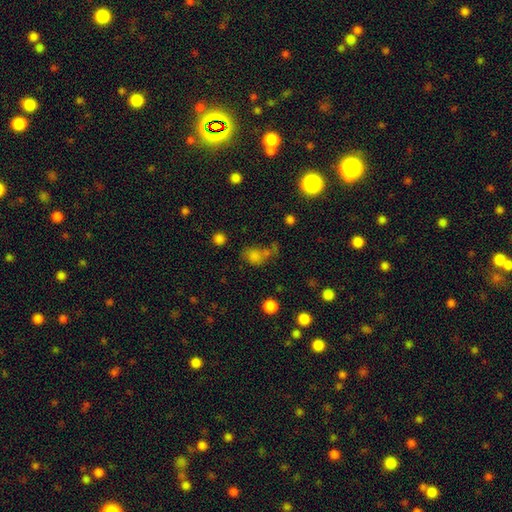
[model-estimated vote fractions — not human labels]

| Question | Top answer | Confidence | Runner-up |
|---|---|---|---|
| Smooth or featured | smooth | 73% | star or artifact (18%) |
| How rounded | round | 50% | in between (48%) |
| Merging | none | 44% | merger (27%) |